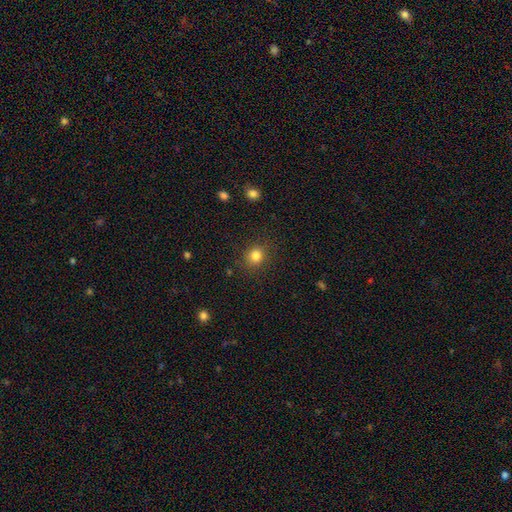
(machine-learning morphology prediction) Smooth or featured? Predicted: smooth (p=0.83). How rounded? Predicted: round (p=0.80). Merging? Predicted: none (p=0.87).